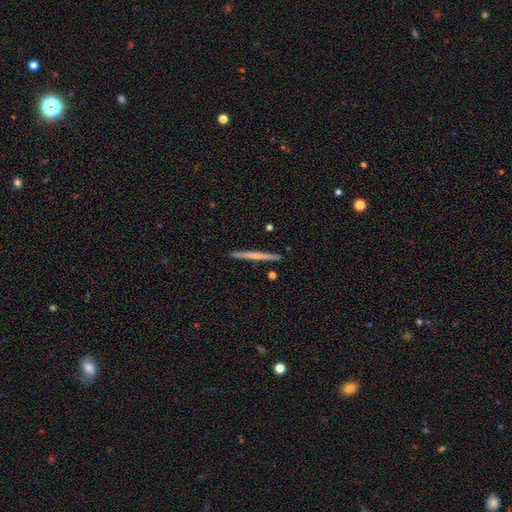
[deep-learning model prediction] Smooth or featured: smooth — 50% (featured or disk — 45%)
Merging: none — 92% (minor disturbance — 5%)